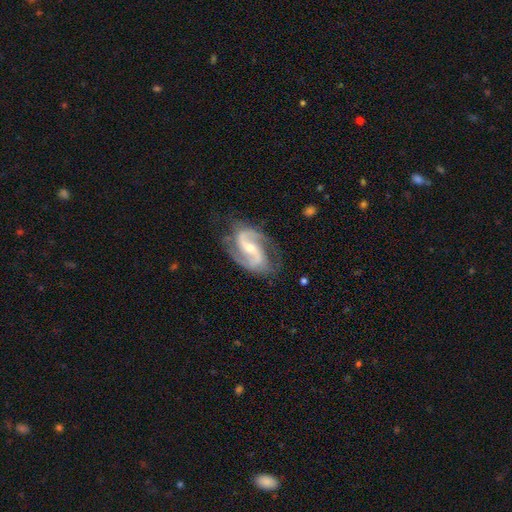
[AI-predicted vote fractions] This is clearly a featured or disk galaxy (90%). It is clearly not viewed edge-on (97%). Bar: marginally weak (43%). Spiral arm pattern: clearly yes (98%). Spiral arm count: clearly 2 (91%). Spiral winding: possibly medium (51%). Central bulge: possibly small (49%). Merging: likely none (72%).